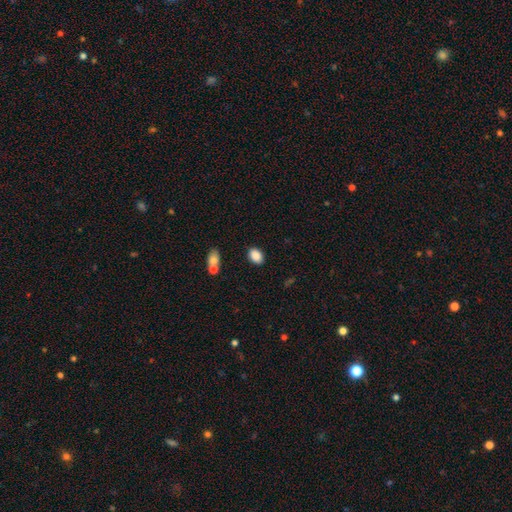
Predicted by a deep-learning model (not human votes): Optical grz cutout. It shows a smooth galaxy with no disk features (88%) that is in between round and cigar-shaped (80%). Merging: none (84%).